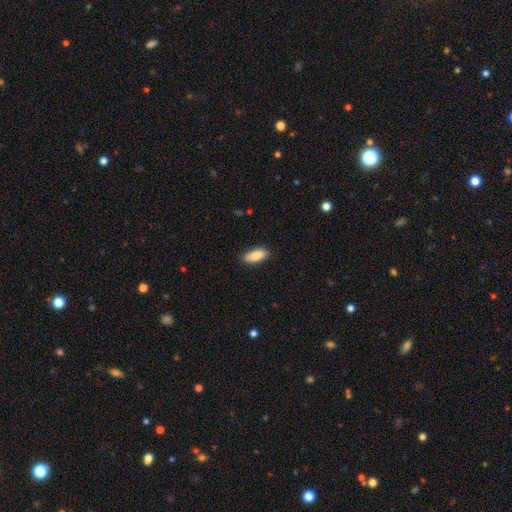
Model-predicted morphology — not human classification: The model was most divided on "how rounded": in between: 78%, cigar-shaped: 20%, round: 2%. More confident: smooth or featured — smooth (88%); merging — none (87%).